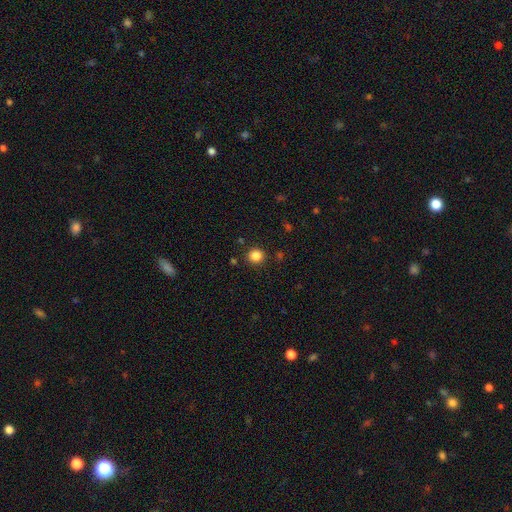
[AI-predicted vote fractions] A smooth galaxy with no disk features (85%) that is round (87%). Merging: none (88%).